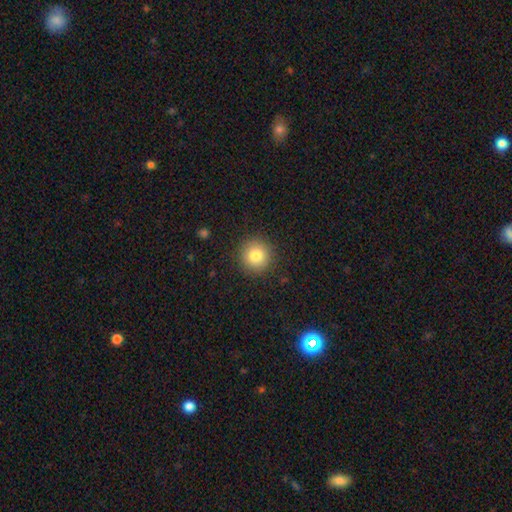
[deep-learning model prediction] smooth_or_featured: smooth (p=0.82) [alt: star or artifact p=0.10]
how_rounded: round (p=0.95) [alt: in between p=0.04]
merging: none (p=0.90) [alt: minor disturbance p=0.07]